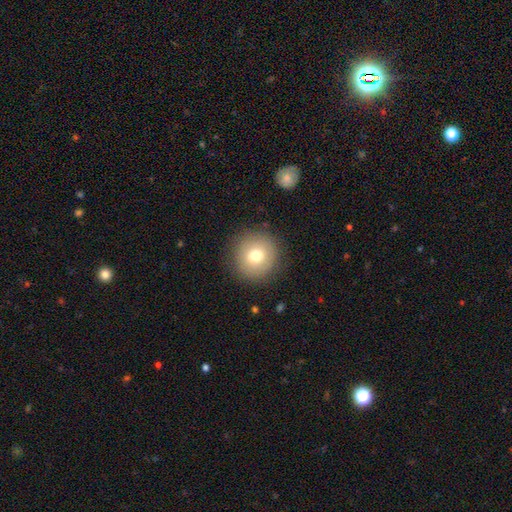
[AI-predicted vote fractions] Overall: smooth (75%). How rounded: round (94%). Merging: none (88%).